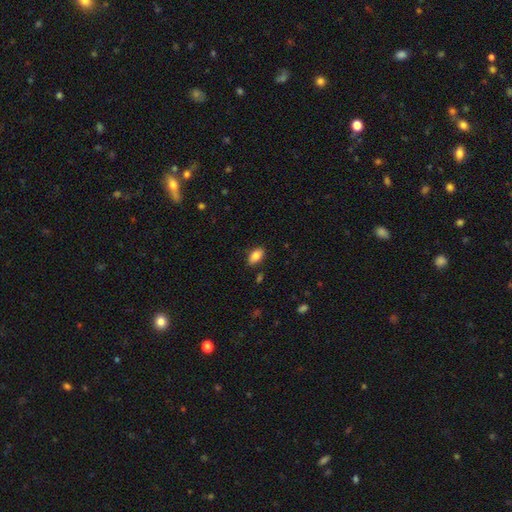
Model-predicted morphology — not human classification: Smooth or featured? Predicted: smooth (p=0.85). How rounded? Predicted: in between (p=0.90). Merging? Predicted: none (p=0.85).